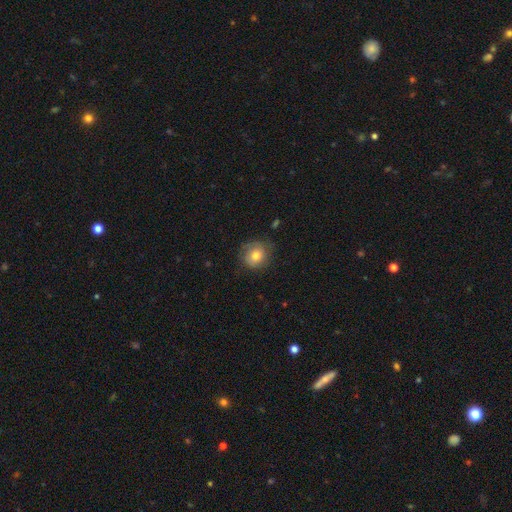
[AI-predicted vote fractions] smooth_or_featured: smooth (p=0.70) [alt: featured or disk p=0.22]
how_rounded: round (p=0.82) [alt: in between p=0.17]
merging: none (p=0.70) [alt: minor disturbance p=0.22]